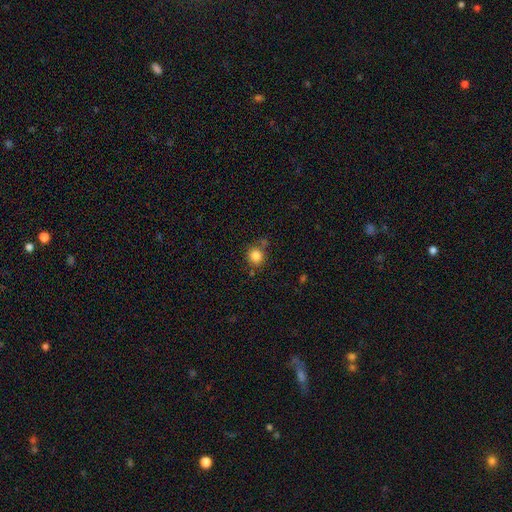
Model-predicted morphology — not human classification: This is clearly a smooth galaxy (84%). How rounded: clearly round (88%). Merging: likely none (74%).